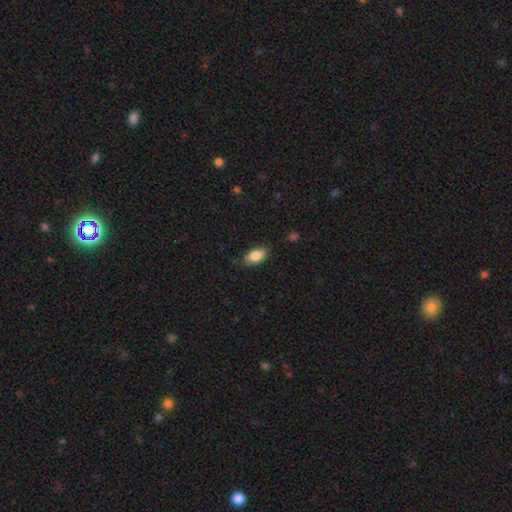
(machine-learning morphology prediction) The model was most divided on "merging": none: 80%, minor disturbance: 15%, major disturbance: 3%, merger: 1%. More confident: how rounded — in between (92%); smooth or featured — smooth (85%).